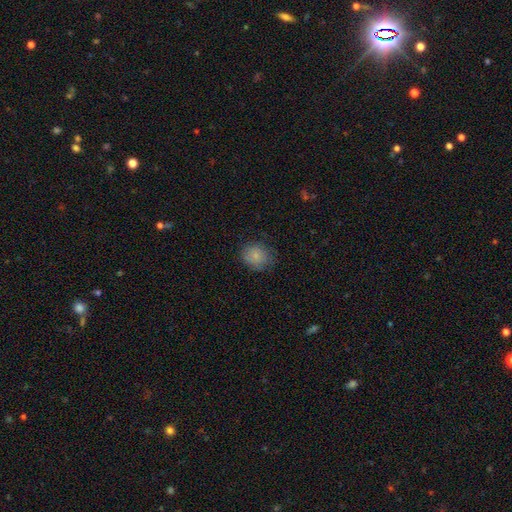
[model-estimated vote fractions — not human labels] The model was most divided on "how rounded": round: 72%, in between: 27%, cigar-shaped: 1%. More confident: smooth or featured — smooth (82%); merging — none (75%).